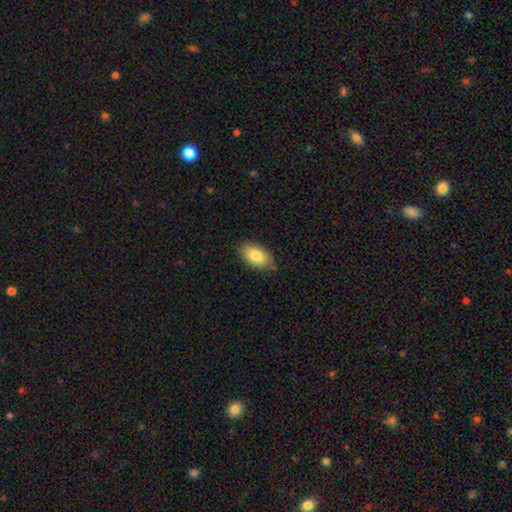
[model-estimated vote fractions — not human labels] This is clearly a smooth galaxy (84%). How rounded: clearly in between (94%). Merging: clearly none (82%).